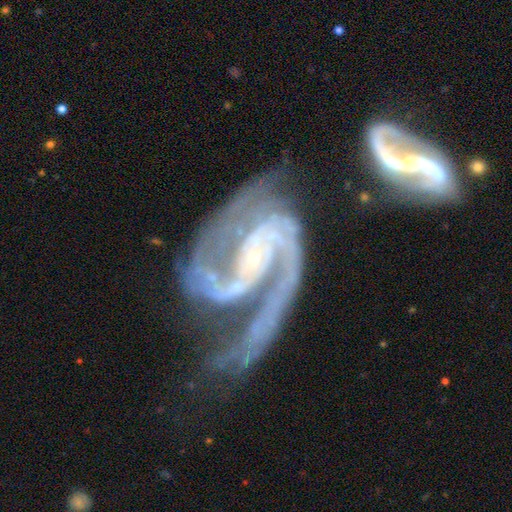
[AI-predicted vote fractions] Smooth or featured? featured or disk (93%)
Edge-on disk? no (98%)
Bar? no (44%)
Spiral arms? yes (98%)
Spiral winding? medium (52%)
Spiral arm count? 2 (73%)
Bulge size? small (85%)
Merging? merger (32%)